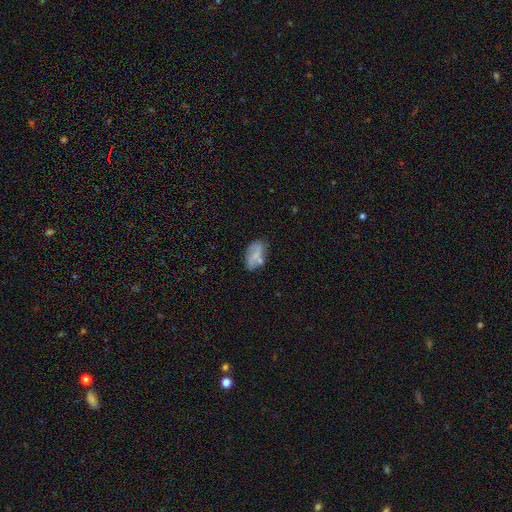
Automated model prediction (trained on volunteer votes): A smooth galaxy with no disk features (55%) that is in between round and cigar-shaped (91%). Merging: none (50%).